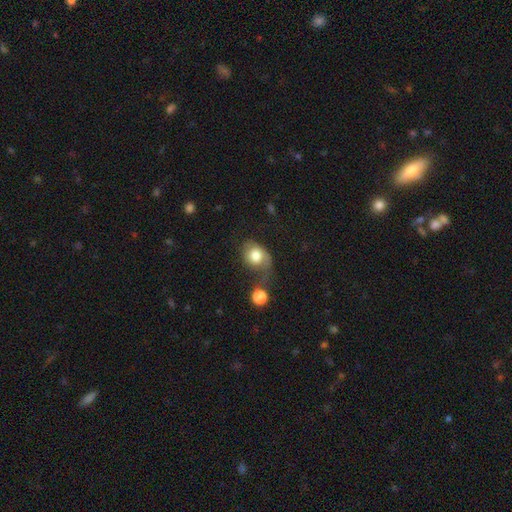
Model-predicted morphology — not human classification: smooth_or_featured: smooth (p=0.68) [alt: featured or disk p=0.24]
how_rounded: in between (p=0.52) [alt: round p=0.47]
merging: major disturbance (p=0.34) [alt: none p=0.28]